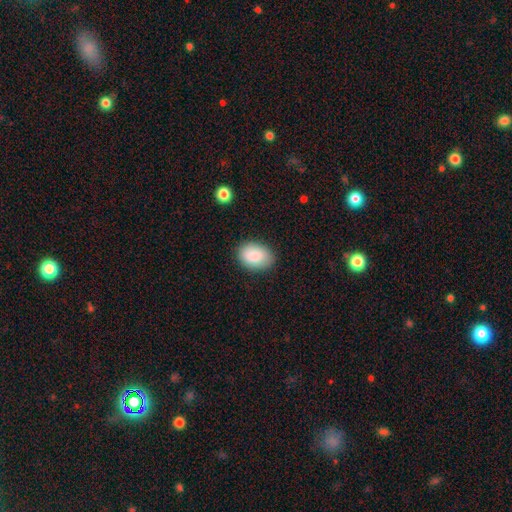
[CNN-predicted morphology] smooth 88%, star or artifact 6%, featured or disk 5%. Down the decision tree: how rounded — in between (82%); merging — none (85%).